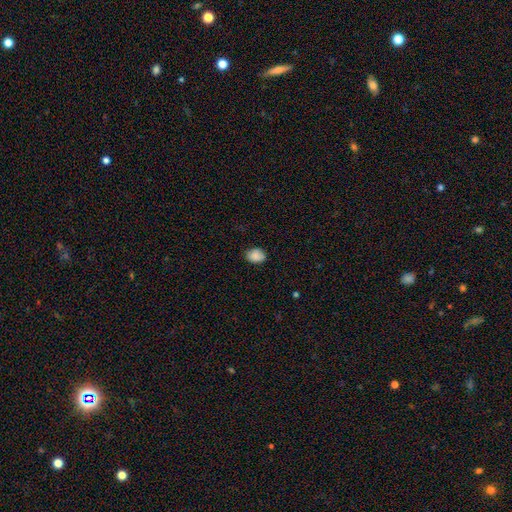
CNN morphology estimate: smooth 88%, star or artifact 8%, featured or disk 4%. Down the decision tree: how rounded — in between (65%); merging — none (81%).